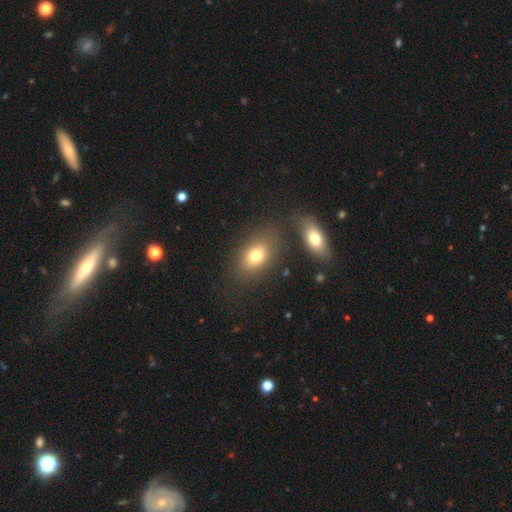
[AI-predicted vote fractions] Q: Smooth or featured?
A: smooth (75%); runner-up: featured or disk (14%)
Q: How rounded?
A: in between (78%); runner-up: round (20%)
Q: Merging?
A: none (71%); runner-up: minor disturbance (13%)